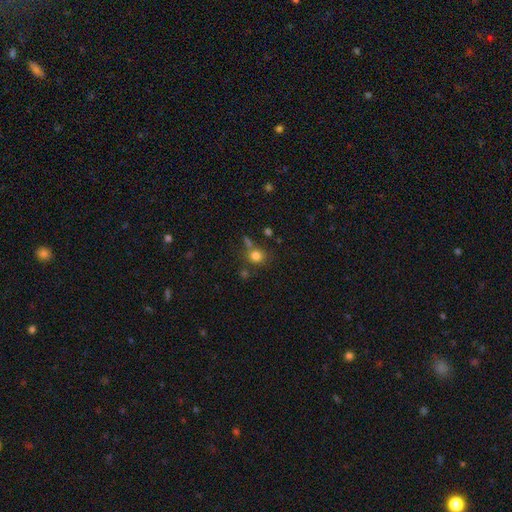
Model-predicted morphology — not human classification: Smooth or featured? Predicted: smooth (p=0.79). How rounded? Predicted: round (p=0.84). Merging? Predicted: none (p=0.65).